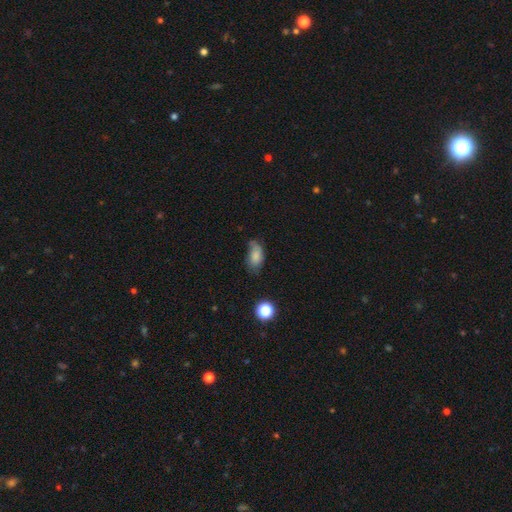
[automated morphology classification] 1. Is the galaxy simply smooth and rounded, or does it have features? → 73% smooth, 16% featured or disk, 11% star or artifact.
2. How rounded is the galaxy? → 90% in between, 7% round, 3% cigar-shaped.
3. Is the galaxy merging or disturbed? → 46% none, 36% minor disturbance, 14% major disturbance, 4% merger.